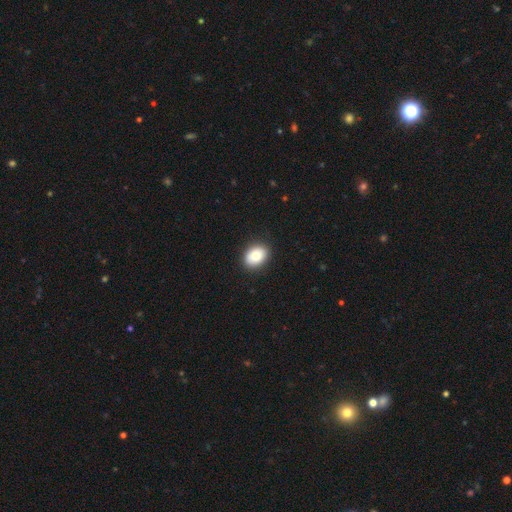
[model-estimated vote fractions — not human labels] Q: Smooth or featured?
A: smooth (81%); runner-up: featured or disk (11%)
Q: How rounded?
A: in between (68%); runner-up: round (31%)
Q: Merging?
A: none (89%); runner-up: minor disturbance (8%)